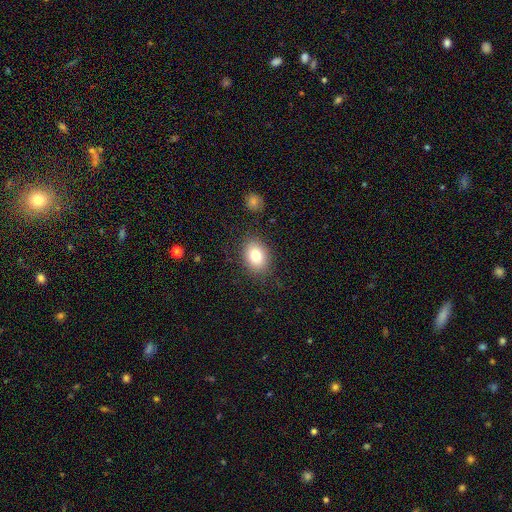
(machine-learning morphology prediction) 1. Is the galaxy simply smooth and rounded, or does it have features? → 80% smooth, 11% featured or disk, 9% star or artifact.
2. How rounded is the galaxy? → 69% in between, 30% round, 1% cigar-shaped.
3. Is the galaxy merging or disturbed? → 83% none, 11% minor disturbance, 4% major disturbance, 2% merger.